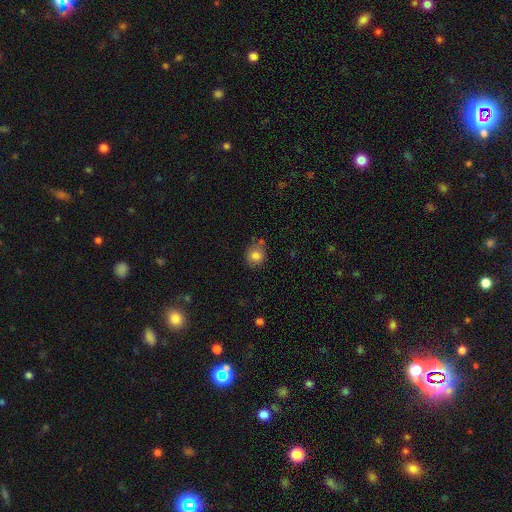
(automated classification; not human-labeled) Q: Smooth or featured?
A: smooth (79%); runner-up: featured or disk (11%)
Q: How rounded?
A: round (71%); runner-up: in between (28%)
Q: Merging?
A: none (69%); runner-up: minor disturbance (20%)